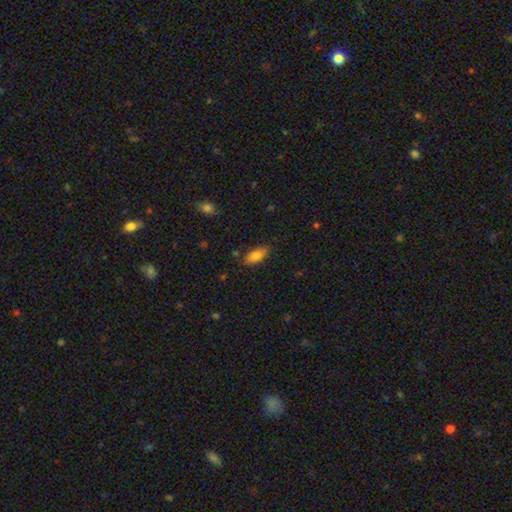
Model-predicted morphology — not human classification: Smooth or featured? smooth (76%)
How rounded? in between (83%)
Merging? none (74%)